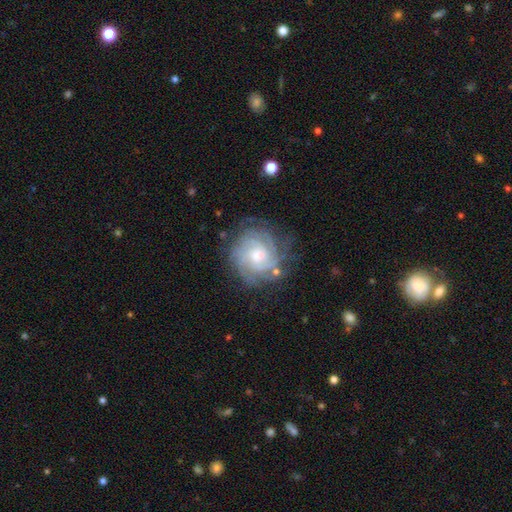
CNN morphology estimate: featured or disk 79%, smooth 13%, star or artifact 8%. Down the decision tree: edge-on disk — no (97%); bar — no (57%); spiral arms — yes (93%); spiral arm count — can't tell (44%); spiral winding — tight (73%); bulge size — moderate (58%); merging — none (74%).